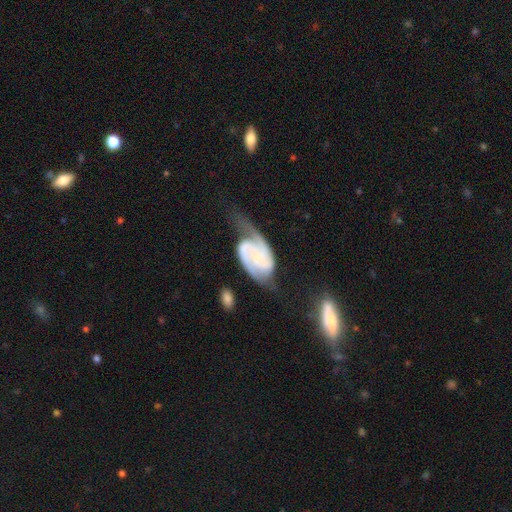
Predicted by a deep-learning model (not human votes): Smooth or featured? Predicted: featured or disk (p=0.87). Edge-on disk? Predicted: no (p=0.97). Bar? Predicted: no (p=0.60). Spiral arms? Predicted: yes (p=0.97). Spiral winding? Predicted: medium (p=0.43). Spiral arm count? Predicted: 2 (p=0.87). Bulge size? Predicted: none (p=0.53). Merging? Predicted: none (p=0.48).